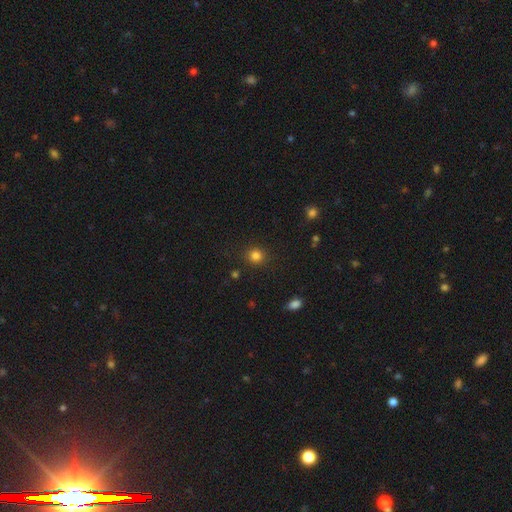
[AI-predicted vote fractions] Morphology: type=smooth (82%); roundness=round (88%); merging=none (89%).